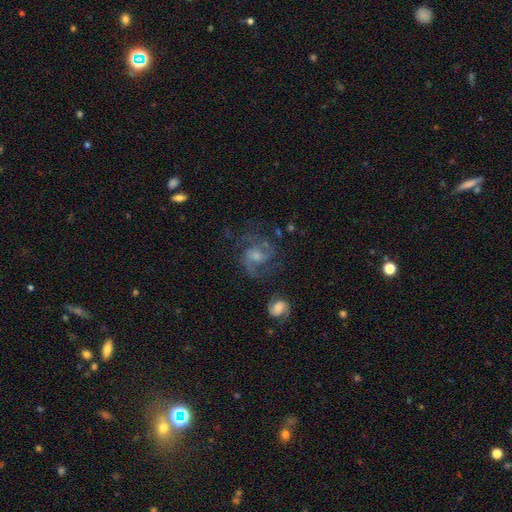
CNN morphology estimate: smooth-or-featured: featured or disk: 81% | star or artifact: 10% | smooth: 9%
  disk-edge-on: no: 98% | yes: 2%
    bar: no: 52% | weak: 40% | strong: 8%
    has-spiral-arms: yes: 96% | no: 4%
      spiral-winding: medium: 58% | tight: 24% | loose: 19%
      spiral-arm-count: 2: 72% | 3: 11% | can't tell: 9% | 1: 3% | 4: 3% | more than 4: 2%
    bulge-size: moderate: 45% | small: 38% | none: 8% | large: 7% | dominant: 1%
  merging: none: 71% | minor disturbance: 16% | major disturbance: 11% | merger: 3%